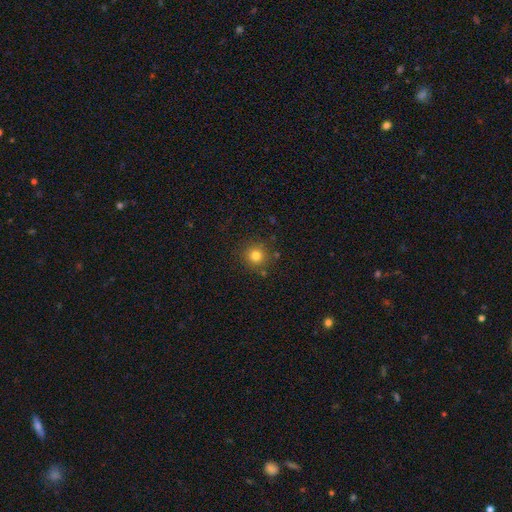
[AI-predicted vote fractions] This appears to be a smooth galaxy with no disk features (80%) that is round (93%). Merging: none (85%).